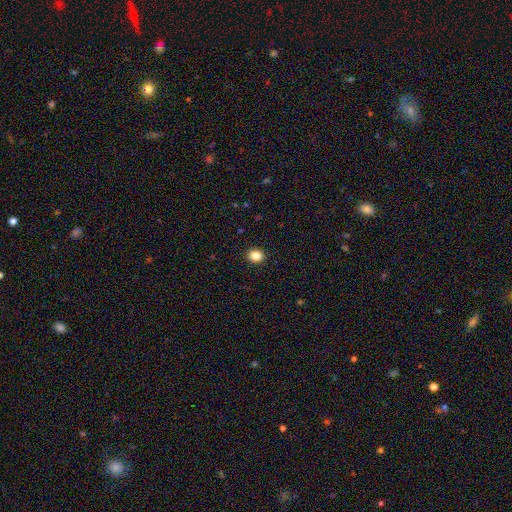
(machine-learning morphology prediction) This appears to be a smooth galaxy with no disk features (85%) that is round (68%). Merging: none (92%).